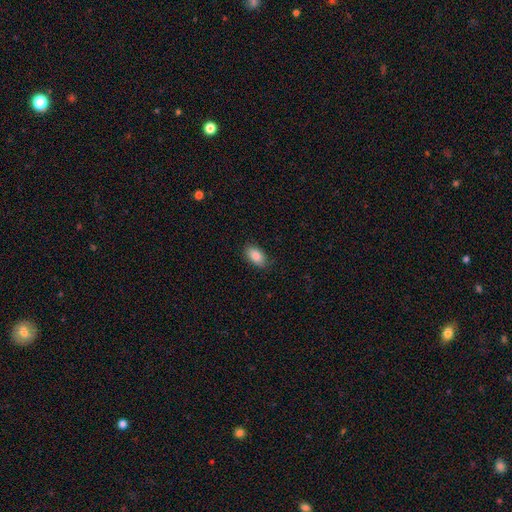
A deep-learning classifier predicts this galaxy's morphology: This appears to be a smooth galaxy with no disk features (86%) that is in between round and cigar-shaped (92%). Merging: none (83%).